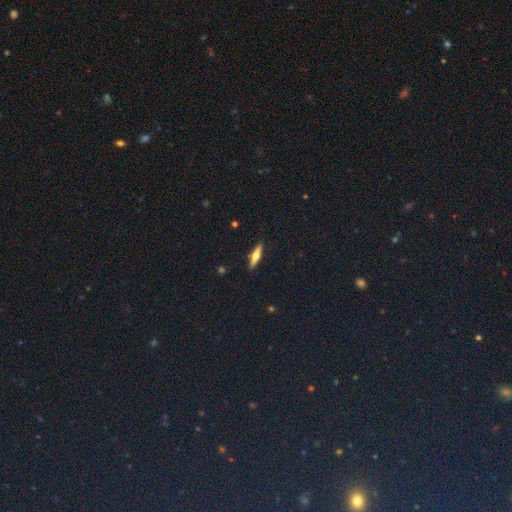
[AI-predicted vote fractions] The model was most divided on "smooth or featured": featured or disk: 56%, smooth: 36%, star or artifact: 8%. More confident: edge-on disk — yes (94%); edge-on bulge — rounded (94%); merging — none (91%).